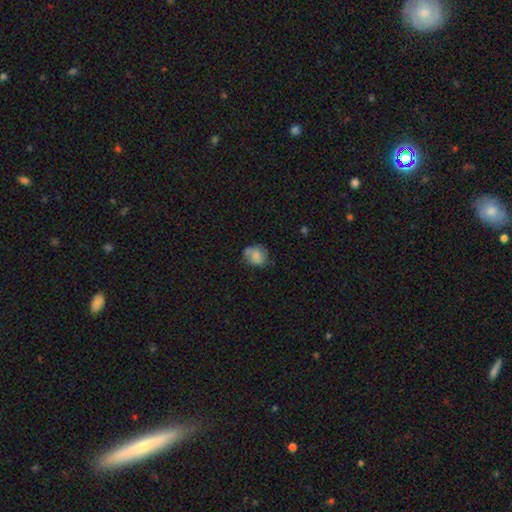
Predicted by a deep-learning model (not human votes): Smooth or featured: smooth — 69% (featured or disk — 21%)
How rounded: round — 58% (in between — 41%)
Merging: none — 53% (minor disturbance — 29%)